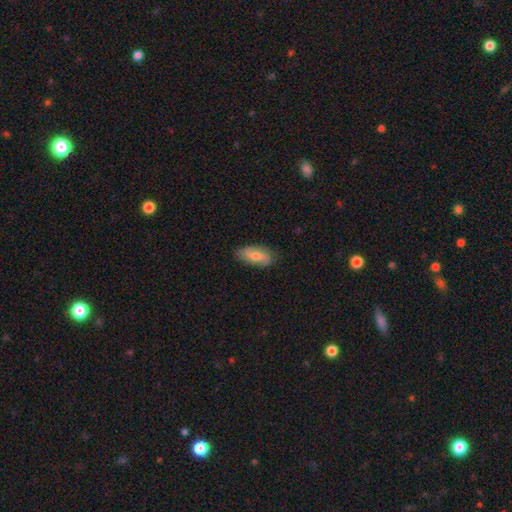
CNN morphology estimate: This is possibly a smooth galaxy (56%). How rounded: clearly in between (83%). Merging: clearly none (82%).